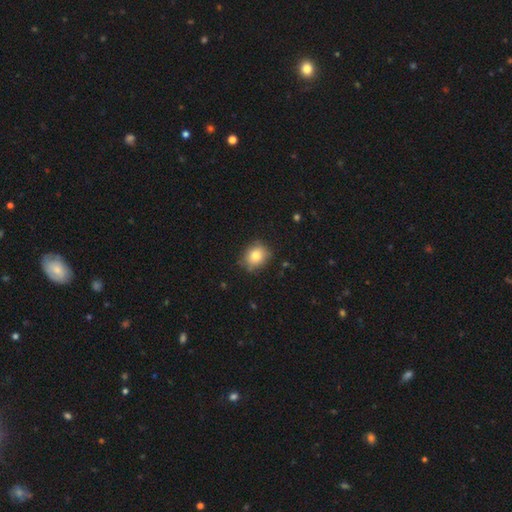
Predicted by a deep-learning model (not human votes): The model was most divided on "how rounded": round: 67%, in between: 32%, cigar-shaped: 1%. More confident: smooth or featured — smooth (80%); merging — none (80%).